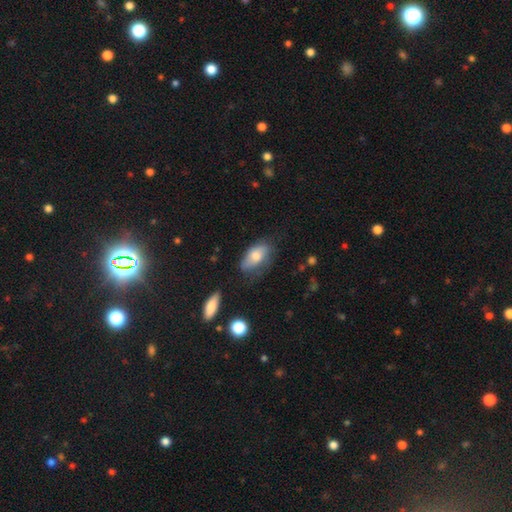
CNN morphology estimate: A smooth galaxy with no disk features (69%) that is in between round and cigar-shaped (90%).

Vote fractions:
- Smooth or featured? smooth: 69% / featured or disk: 24% / star or artifact: 7%
- How rounded? in between: 90% / cigar-shaped: 5% / round: 4%
- Merging? none: 56% / minor disturbance: 30% / major disturbance: 11% / merger: 3%